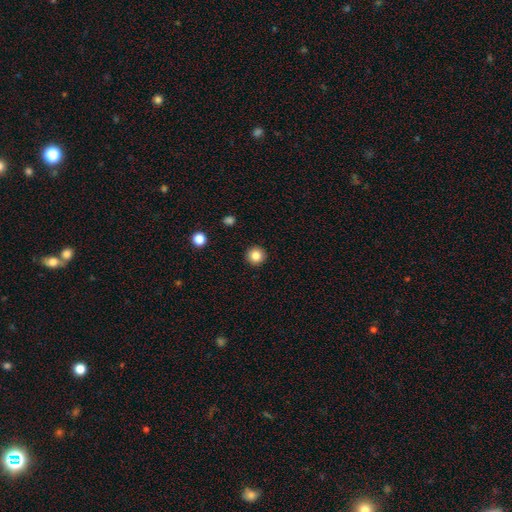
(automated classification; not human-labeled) smooth 84%, star or artifact 11%, featured or disk 5%. Down the decision tree: how rounded — round (95%); merging — none (93%).